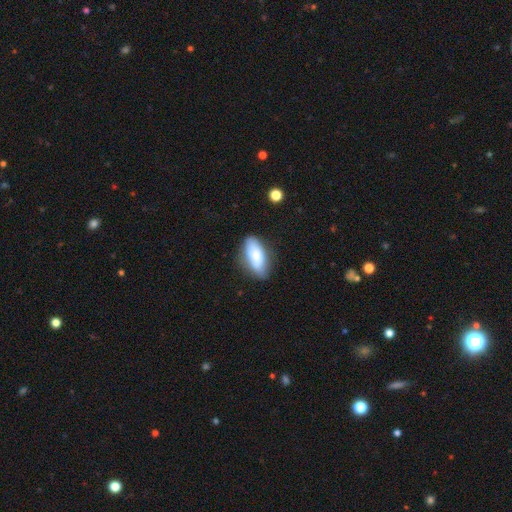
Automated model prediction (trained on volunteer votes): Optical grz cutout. It shows a smooth galaxy with no disk features (79%) that is in between round and cigar-shaped (83%). Merging: none (75%).